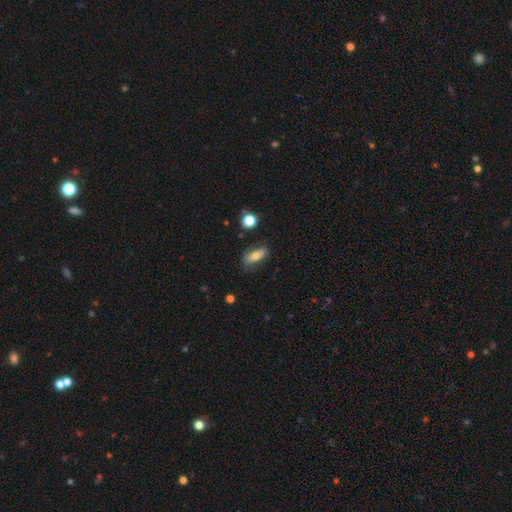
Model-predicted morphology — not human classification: Overall: smooth (66%). How rounded: in between (67%; cigar-shaped 28%). Merging: none (72%).